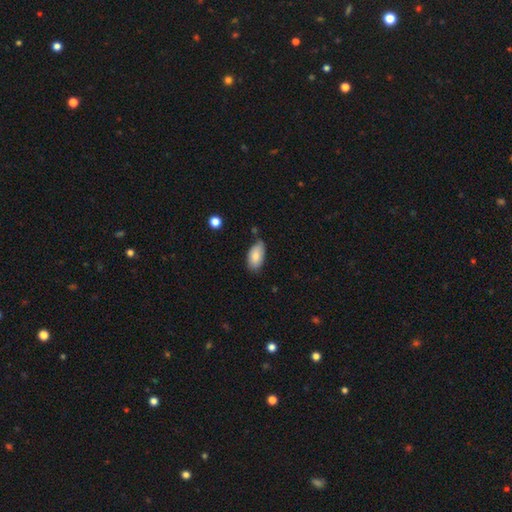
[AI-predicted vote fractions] Smooth or featured? Predicted: smooth (p=0.82). How rounded? Predicted: in between (p=0.94). Merging? Predicted: none (p=0.68).